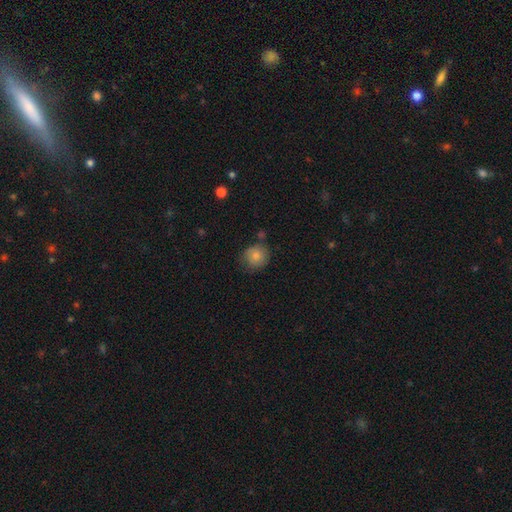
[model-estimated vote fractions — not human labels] A smooth galaxy with no disk features (82%) that is round (86%).

Vote fractions:
- Smooth or featured? smooth: 82% / featured or disk: 9% / star or artifact: 9%
- How rounded? round: 86% / in between: 13% / cigar-shaped: 1%
- Merging? none: 73% / minor disturbance: 18% / merger: 5% / major disturbance: 4%